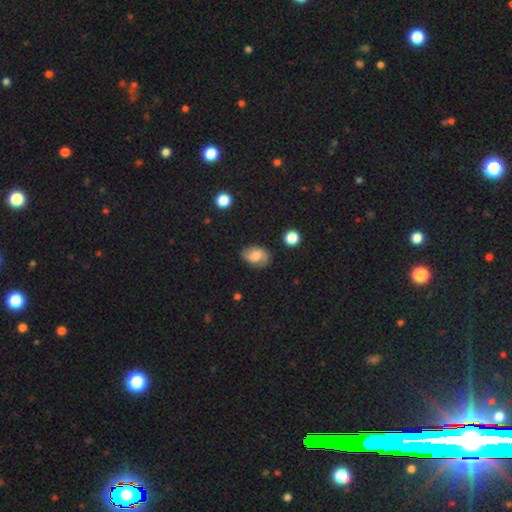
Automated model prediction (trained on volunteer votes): Q: Smooth or featured?
A: smooth (60%); runner-up: featured or disk (30%)
Q: How rounded?
A: in between (79%); runner-up: round (20%)
Q: Merging?
A: none (74%); runner-up: minor disturbance (19%)